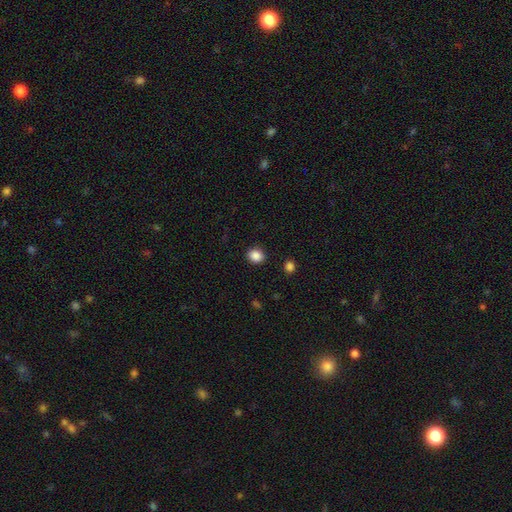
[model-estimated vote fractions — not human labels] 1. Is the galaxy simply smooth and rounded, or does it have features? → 87% smooth, 10% star or artifact, 4% featured or disk.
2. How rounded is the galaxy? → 76% round, 23% in between, 1% cigar-shaped.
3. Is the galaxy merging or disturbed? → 90% none, 6% minor disturbance, 2% major disturbance, 2% merger.